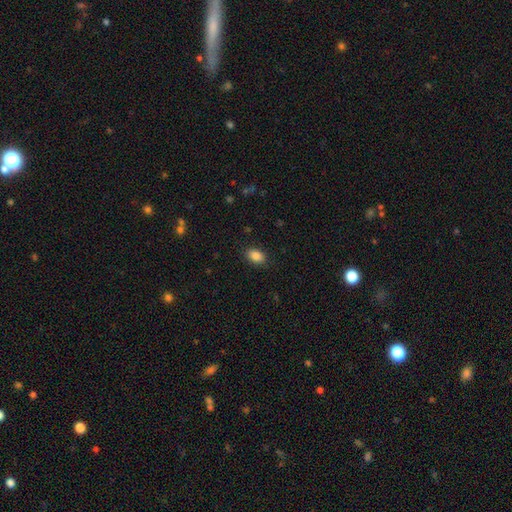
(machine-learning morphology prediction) Smooth or featured? smooth (88%)
How rounded? in between (86%)
Merging? none (88%)